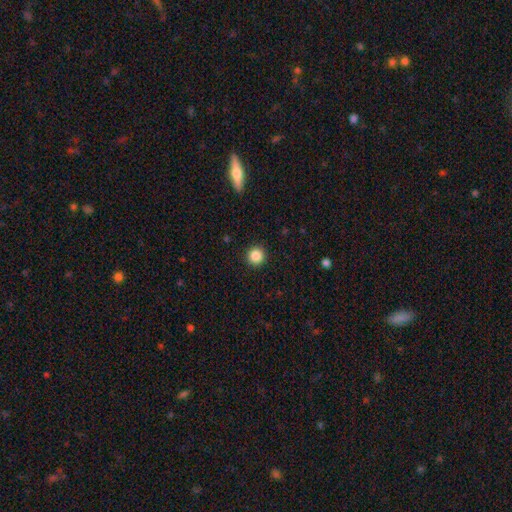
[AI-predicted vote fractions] smooth 86%, star or artifact 10%, featured or disk 3%. Down the decision tree: how rounded — round (95%); merging — none (93%).